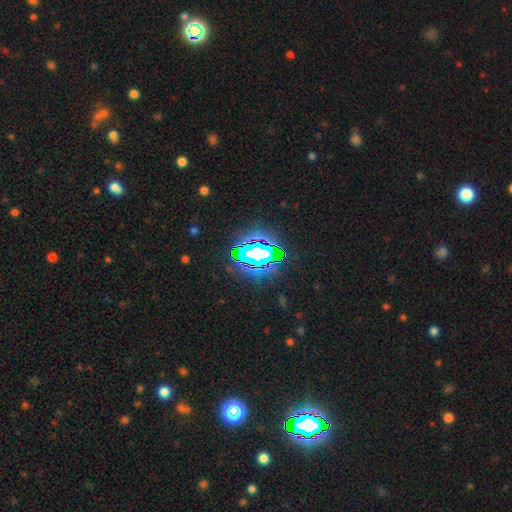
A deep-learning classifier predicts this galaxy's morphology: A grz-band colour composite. It shows a star or artifact, not a galaxy (81%).